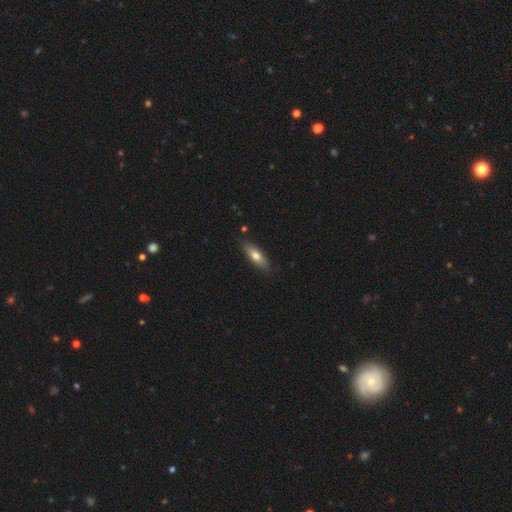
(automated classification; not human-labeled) The model was most divided on "how rounded": in between: 54%, cigar-shaped: 44%, round: 3%. More confident: merging — none (84%); smooth or featured — smooth (69%).